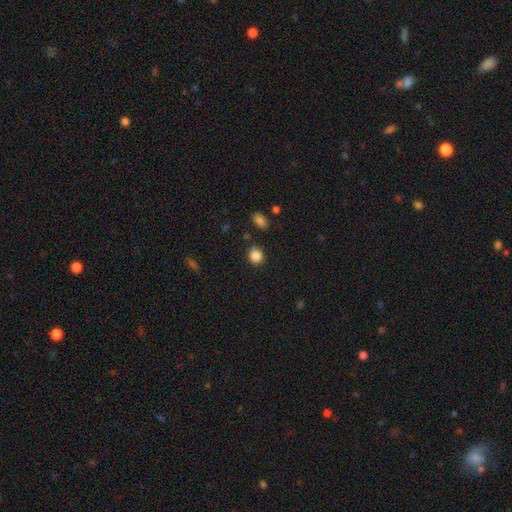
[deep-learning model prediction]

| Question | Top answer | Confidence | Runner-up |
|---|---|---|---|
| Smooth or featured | smooth | 86% | star or artifact (10%) |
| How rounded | round | 80% | in between (19%) |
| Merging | none | 84% | minor disturbance (10%) |